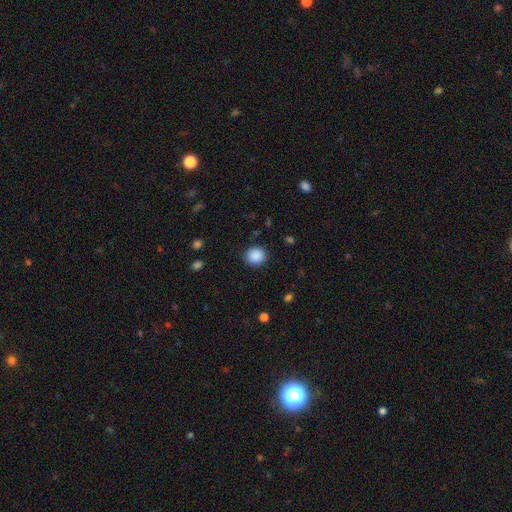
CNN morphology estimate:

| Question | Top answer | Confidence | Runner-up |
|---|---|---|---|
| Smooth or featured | smooth | 89% | star or artifact (8%) |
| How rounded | round | 84% | in between (15%) |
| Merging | none | 89% | minor disturbance (7%) |